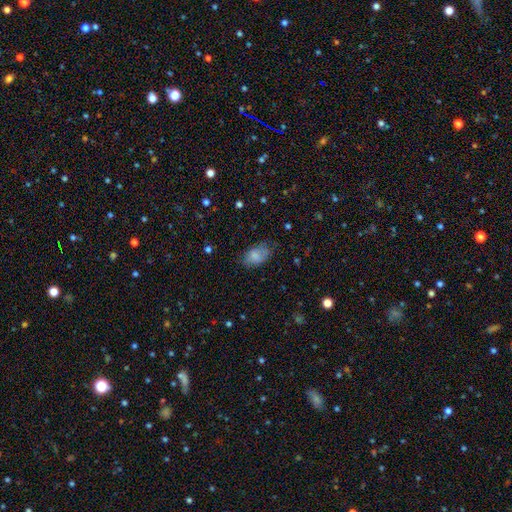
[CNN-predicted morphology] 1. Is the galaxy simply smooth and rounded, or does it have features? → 82% smooth, 10% featured or disk, 8% star or artifact.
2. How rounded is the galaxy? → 89% in between, 9% round, 1% cigar-shaped.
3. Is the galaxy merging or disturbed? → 68% none, 23% minor disturbance, 7% major disturbance, 1% merger.